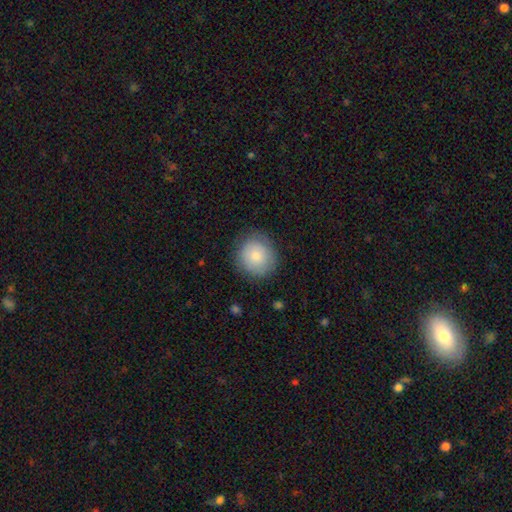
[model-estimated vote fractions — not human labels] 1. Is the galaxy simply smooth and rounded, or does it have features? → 79% smooth, 13% featured or disk, 8% star or artifact.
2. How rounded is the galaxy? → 89% round, 10% in between, 1% cigar-shaped.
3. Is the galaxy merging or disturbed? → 82% none, 13% minor disturbance, 4% major disturbance, 1% merger.